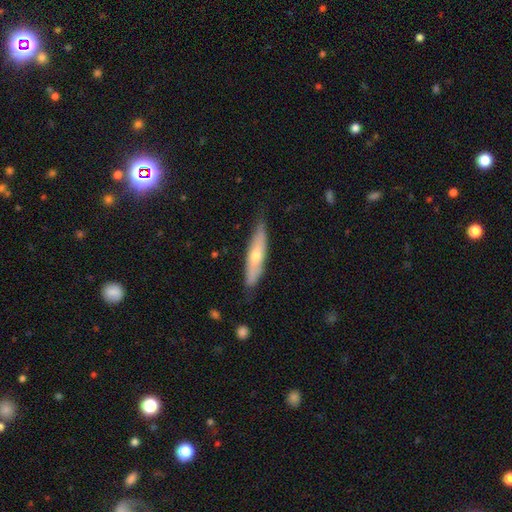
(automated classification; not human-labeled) smooth_or_featured: smooth (p=0.51) [alt: featured or disk p=0.43]
how_rounded: cigar-shaped (p=0.79) [alt: in between p=0.19]
merging: none (p=0.77) [alt: minor disturbance p=0.19]